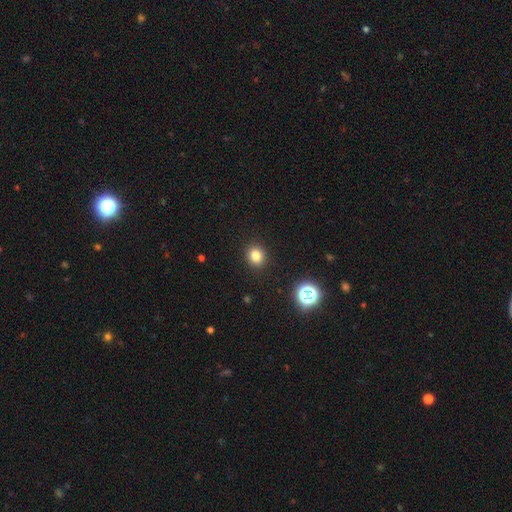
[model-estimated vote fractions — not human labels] This is clearly a smooth galaxy (81%). How rounded: clearly round (82%). Merging: clearly none (91%).